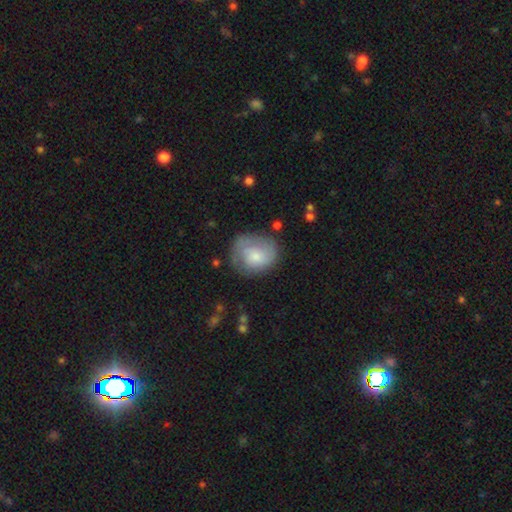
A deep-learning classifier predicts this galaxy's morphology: The model was most divided on "smooth or featured": smooth: 58%, featured or disk: 35%, star or artifact: 7%. More confident: how rounded — round (70%); merging — none (58%).